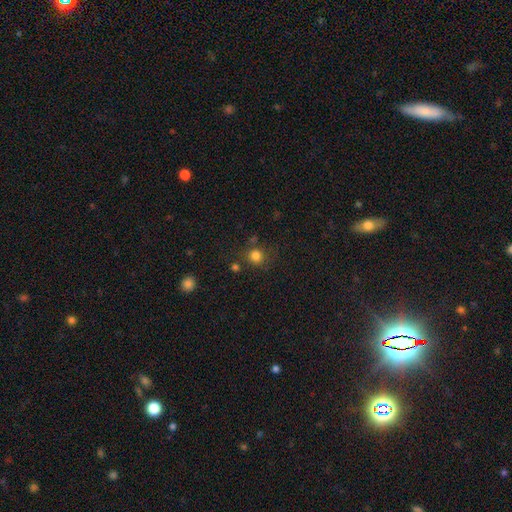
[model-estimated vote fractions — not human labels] This appears to be a smooth galaxy with no disk features (80%) that is round (89%). Merging: none (75%).